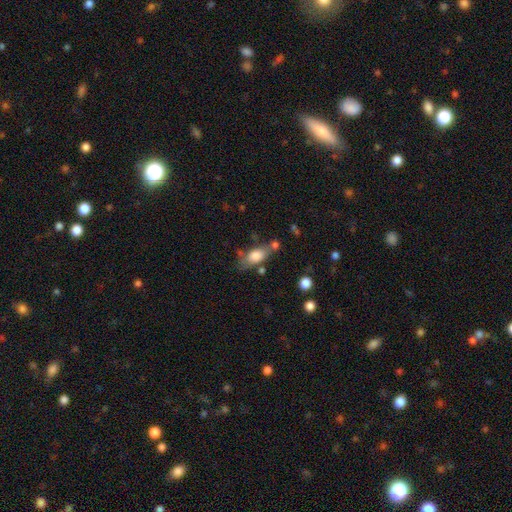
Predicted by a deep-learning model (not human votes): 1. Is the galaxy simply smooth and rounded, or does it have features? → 78% smooth, 14% featured or disk, 8% star or artifact.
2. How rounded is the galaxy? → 82% in between, 10% cigar-shaped, 8% round.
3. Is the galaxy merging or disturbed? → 52% none, 23% minor disturbance, 15% merger, 9% major disturbance.